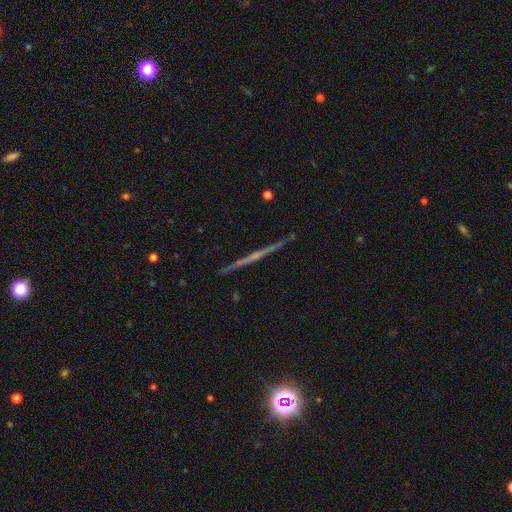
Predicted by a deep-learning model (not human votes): Smooth or featured: featured or disk — 79% (smooth — 14%)
Edge-on disk: yes — 98% (no — 2%)
Edge-on bulge: none — 51% (rounded — 41%)
Merging: none — 91% (minor disturbance — 6%)